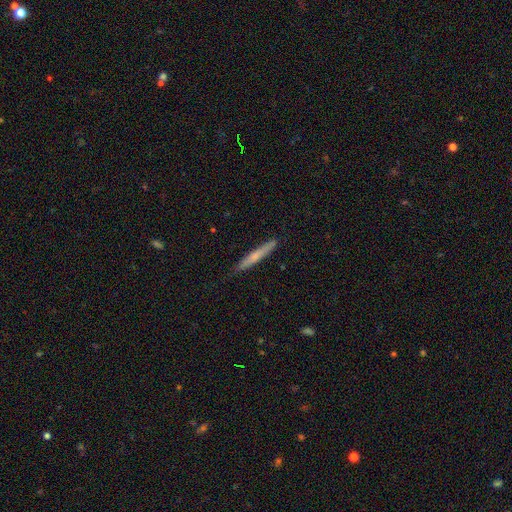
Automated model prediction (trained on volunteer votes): smooth_or_featured: smooth (p=0.56) [alt: featured or disk p=0.38]
how_rounded: cigar-shaped (p=0.96) [alt: in between p=0.03]
merging: none (p=0.85) [alt: minor disturbance p=0.12]